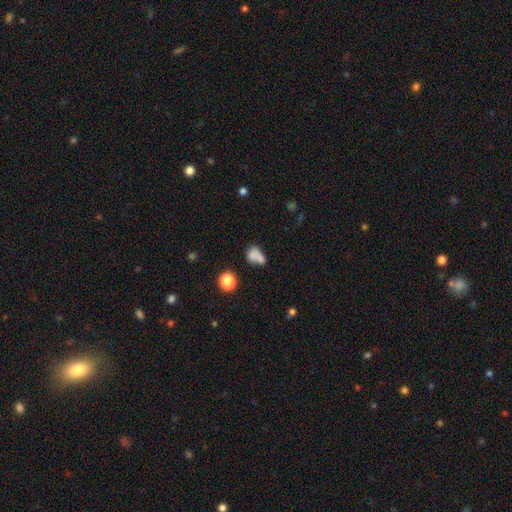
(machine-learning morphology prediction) Smooth or featured?
  - smooth: 72% *
  - featured or disk: 15%
  - star or artifact: 13%
How rounded?
  - in between: 65% *
  - round: 32%
  - cigar-shaped: 3%
Merging?
  - merger: 37% *
  - none: 31%
  - minor disturbance: 18%
  - major disturbance: 14%